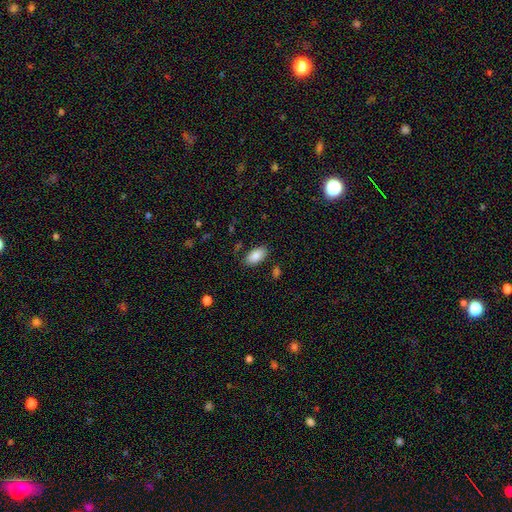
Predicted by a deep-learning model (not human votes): Q: Smooth or featured?
A: smooth (88%); runner-up: star or artifact (7%)
Q: How rounded?
A: in between (94%); runner-up: cigar-shaped (3%)
Q: Merging?
A: none (84%); runner-up: minor disturbance (11%)